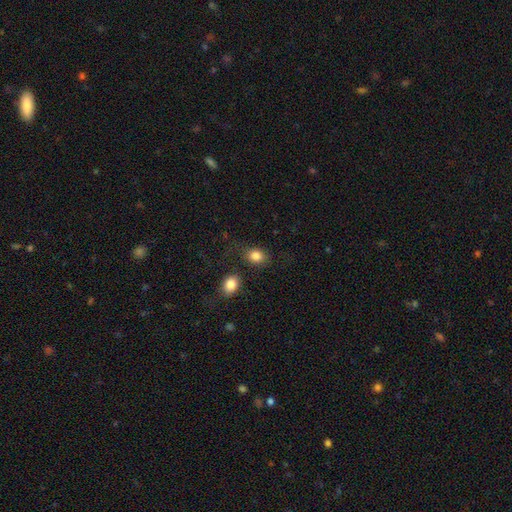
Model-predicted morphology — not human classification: Smooth or featured? smooth (84%)
How rounded? in between (54%)
Merging? none (72%)